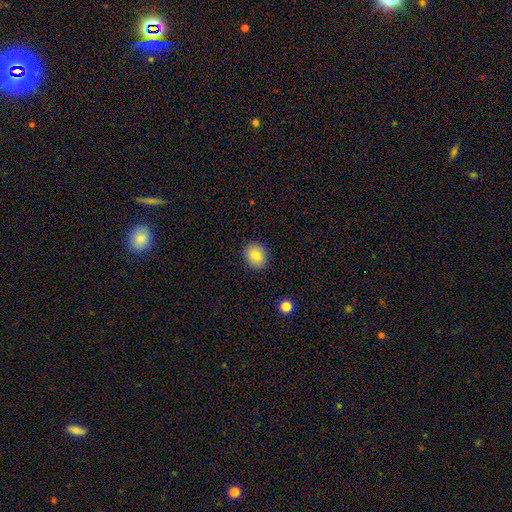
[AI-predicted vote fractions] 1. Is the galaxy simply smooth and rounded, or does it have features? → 84% smooth, 8% star or artifact, 8% featured or disk.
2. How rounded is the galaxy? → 63% round, 36% in between, 1% cigar-shaped.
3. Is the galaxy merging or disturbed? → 88% none, 8% minor disturbance, 2% major disturbance, 1% merger.